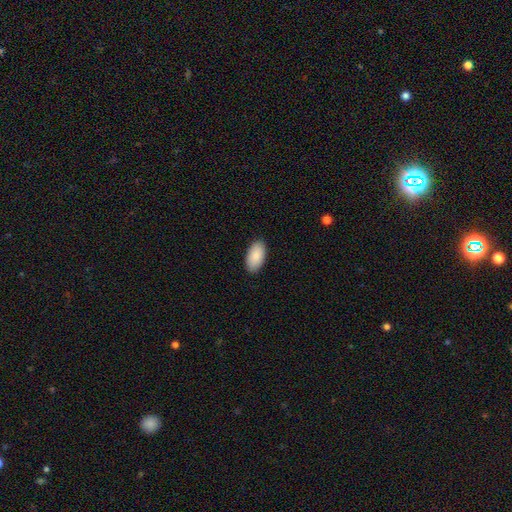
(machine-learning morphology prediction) This is clearly a smooth galaxy (88%). How rounded: clearly in between (96%). Merging: clearly none (89%).